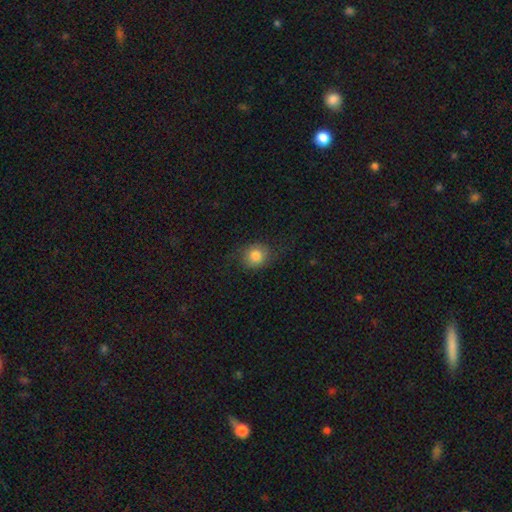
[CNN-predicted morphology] type=smooth (81%); roundness=round (73%); merging=none (72%).